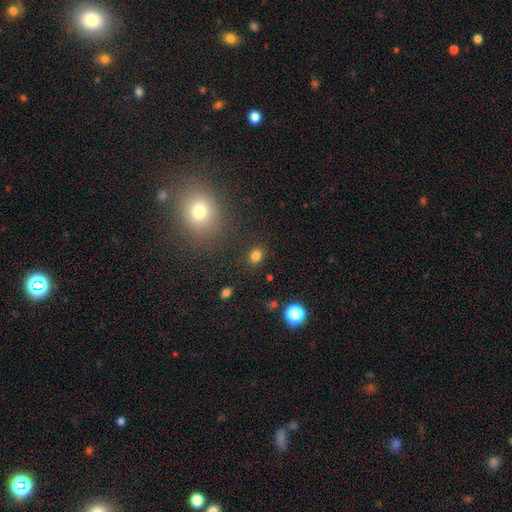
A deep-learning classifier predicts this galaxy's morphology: Smooth or featured? smooth (81%)
How rounded? in between (52%)
Merging? none (85%)